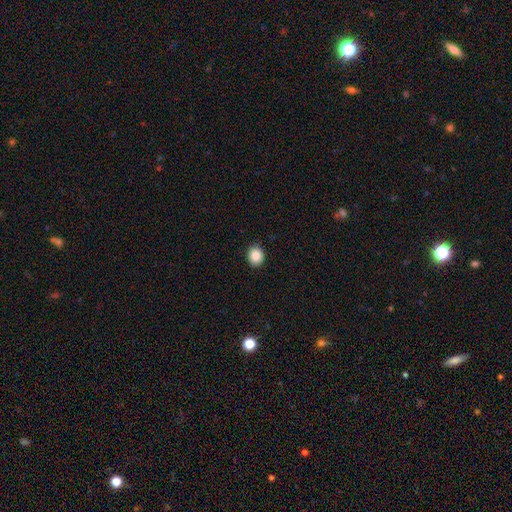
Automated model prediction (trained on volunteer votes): Smooth or featured: smooth — 87% (star or artifact — 9%)
How rounded: round — 57% (in between — 42%)
Merging: none — 91% (minor disturbance — 7%)